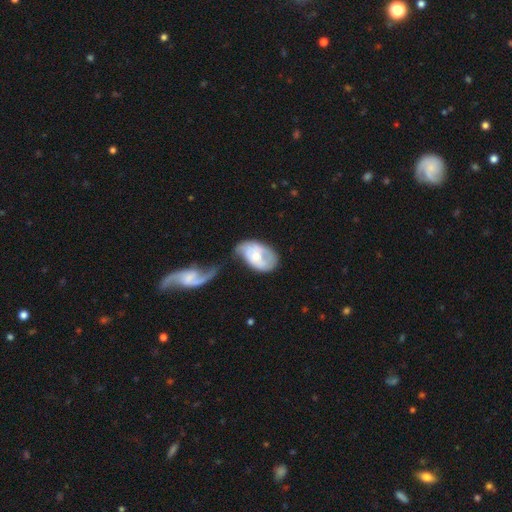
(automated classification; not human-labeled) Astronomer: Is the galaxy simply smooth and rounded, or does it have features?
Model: featured or disk — 53% (runner-up: smooth, 41%).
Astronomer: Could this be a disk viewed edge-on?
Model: no — 95%.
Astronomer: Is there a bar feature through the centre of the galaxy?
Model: no — 66%.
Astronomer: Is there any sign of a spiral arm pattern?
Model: yes — 67%.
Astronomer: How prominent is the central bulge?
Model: moderate — 45% (runner-up: small, 38%).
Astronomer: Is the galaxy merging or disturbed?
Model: none — 28% (runner-up: minor disturbance, 26%).